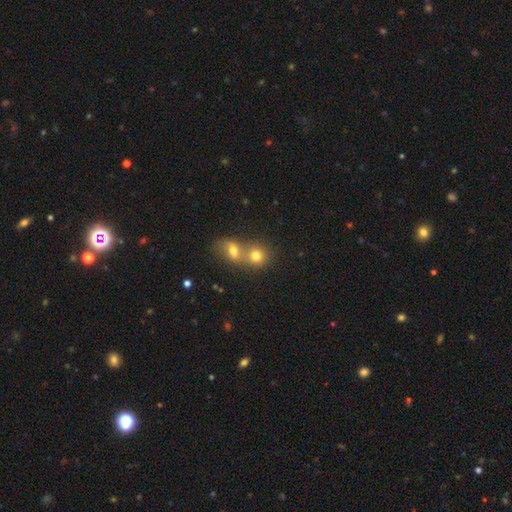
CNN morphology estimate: type=smooth (75%); roundness=round (76%); merging=merger (57%).